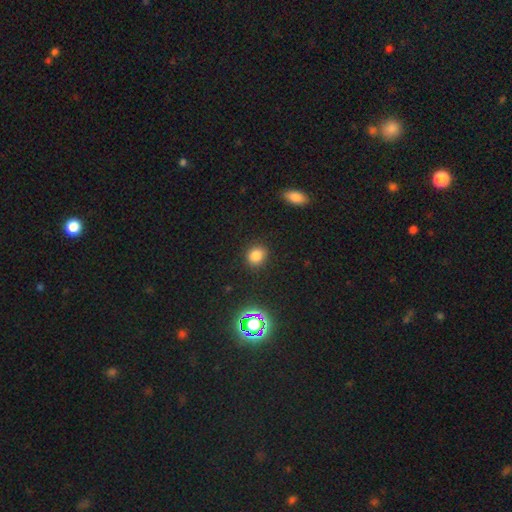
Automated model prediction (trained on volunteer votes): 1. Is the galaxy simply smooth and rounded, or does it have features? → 79% smooth, 16% star or artifact, 5% featured or disk.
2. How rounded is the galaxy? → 75% round, 24% in between, 1% cigar-shaped.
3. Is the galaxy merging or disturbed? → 87% none, 9% minor disturbance, 3% major disturbance, 2% merger.